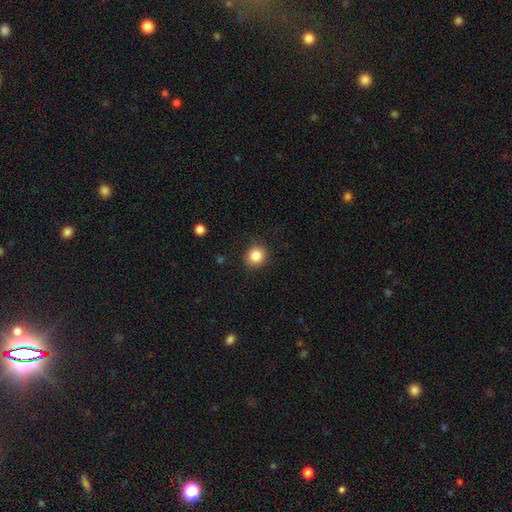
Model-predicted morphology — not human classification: A smooth galaxy with no disk features (85%) that is round (89%).

Vote fractions:
- Smooth or featured? smooth: 85% / star or artifact: 10% / featured or disk: 5%
- How rounded? round: 89% / in between: 10% / cigar-shaped: 1%
- Merging? none: 89% / minor disturbance: 8% / major disturbance: 2% / merger: 1%